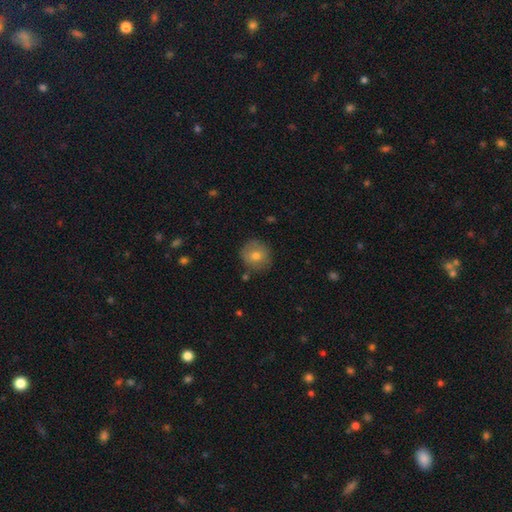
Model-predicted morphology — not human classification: A smooth galaxy with no disk features (73%) that is round (91%). Merging: none (83%).